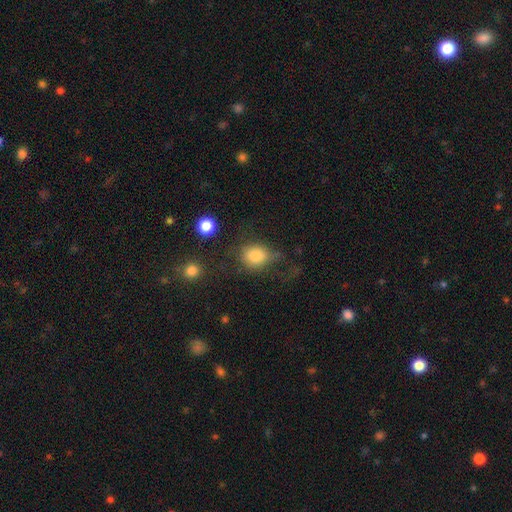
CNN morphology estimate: The model was most divided on "merging": none: 54%, minor disturbance: 23%, major disturbance: 18%, merger: 5%. More confident: smooth or featured — smooth (79%); how rounded — round (68%).